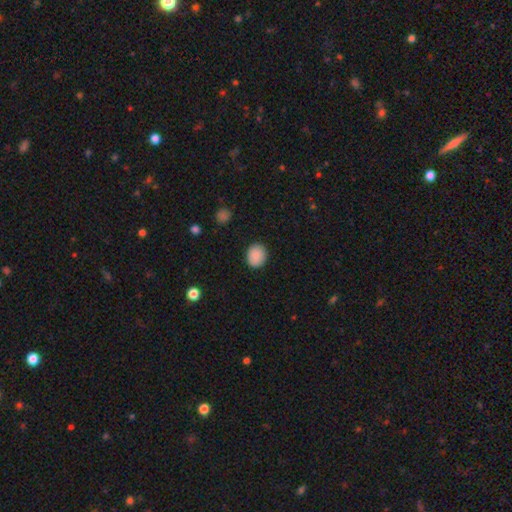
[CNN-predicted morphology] Smooth or featured? smooth (88%)
How rounded? round (63%)
Merging? none (89%)